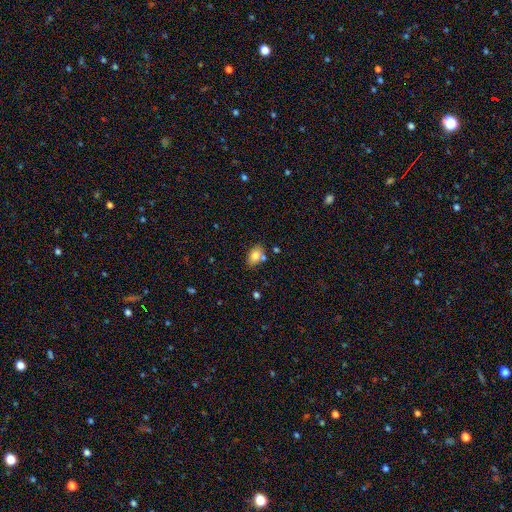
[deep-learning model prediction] This appears to be a smooth galaxy with no disk features (79%) that is in between round and cigar-shaped (83%). Merging: none (71%).